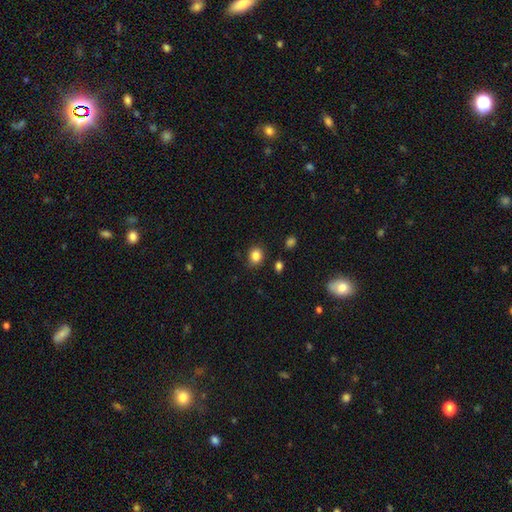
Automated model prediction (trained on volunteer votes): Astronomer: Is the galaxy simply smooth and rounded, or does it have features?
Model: smooth — 85%.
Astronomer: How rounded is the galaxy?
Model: round — 62% (runner-up: in between, 37%).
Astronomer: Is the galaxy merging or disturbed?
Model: none — 84%.